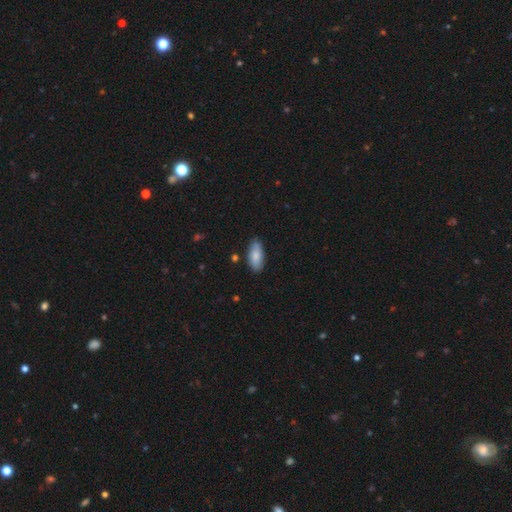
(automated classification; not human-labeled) smooth_or_featured: smooth (p=0.80) [alt: featured or disk p=0.14]
how_rounded: in between (p=0.85) [alt: cigar-shaped p=0.13]
merging: none (p=0.80) [alt: minor disturbance p=0.15]